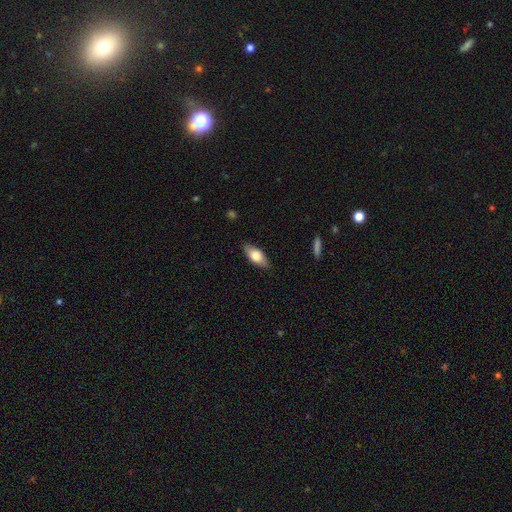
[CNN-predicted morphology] Smooth or featured? smooth (71%)
How rounded? in between (82%)
Merging? none (85%)